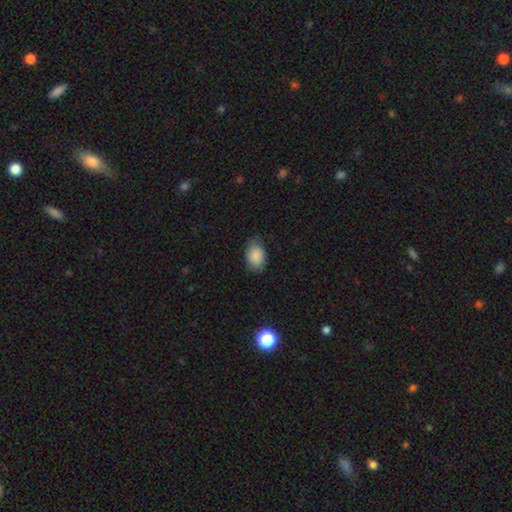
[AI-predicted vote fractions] This appears to be a smooth galaxy with no disk features (86%) that is in between round and cigar-shaped (84%). Merging: none (69%).